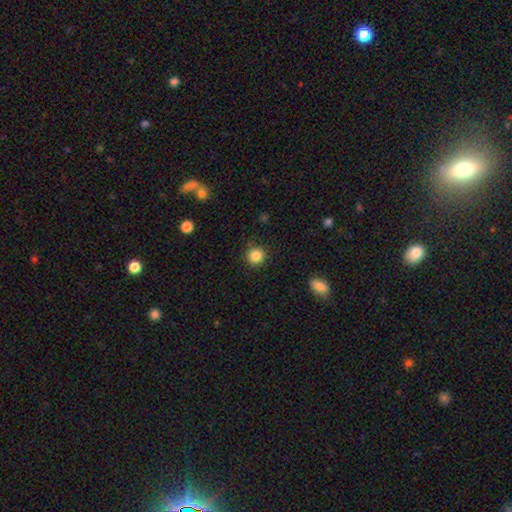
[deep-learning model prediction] The model was most divided on "smooth or featured": smooth: 86%, star or artifact: 11%, featured or disk: 4%. More confident: how rounded — round (94%); merging — none (90%).